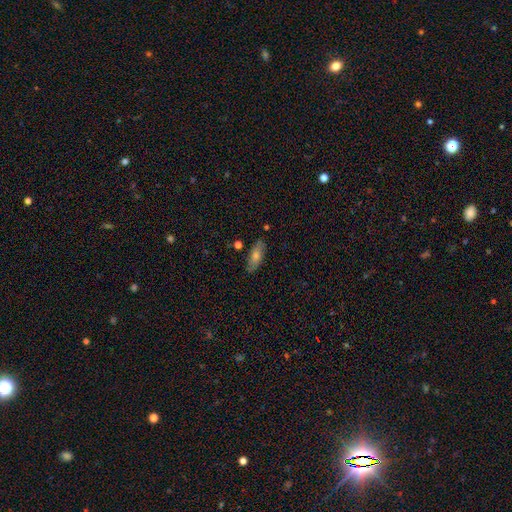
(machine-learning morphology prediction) A smooth galaxy with no disk features (57%) that is in between round and cigar-shaped (64%). Merging: none (83%).